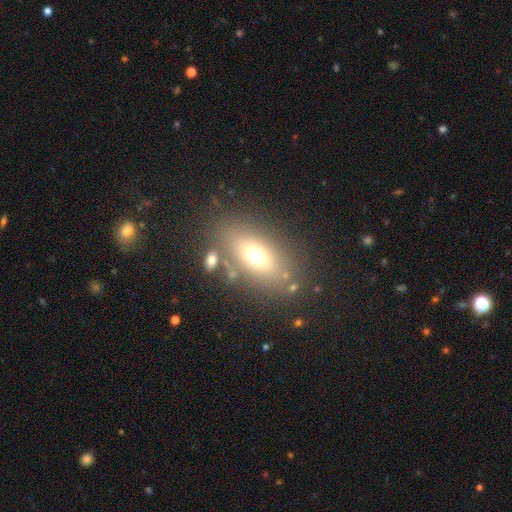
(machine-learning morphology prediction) Smooth or featured? Predicted: smooth (p=0.64). How rounded? Predicted: in between (p=0.79). Merging? Predicted: none (p=0.75).